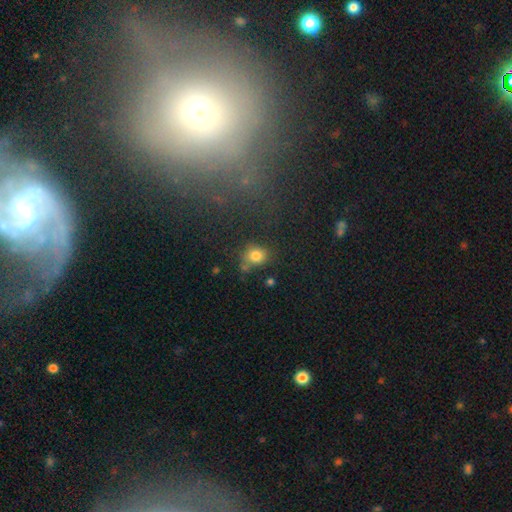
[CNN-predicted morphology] Overall: smooth (79%). How rounded: round (72%). Merging: none (62%).